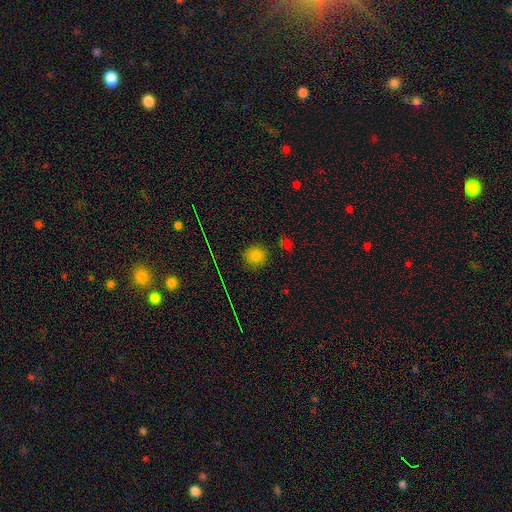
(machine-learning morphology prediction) Smooth or featured? Predicted: smooth (p=0.76). How rounded? Predicted: round (p=0.88). Merging? Predicted: none (p=0.85).